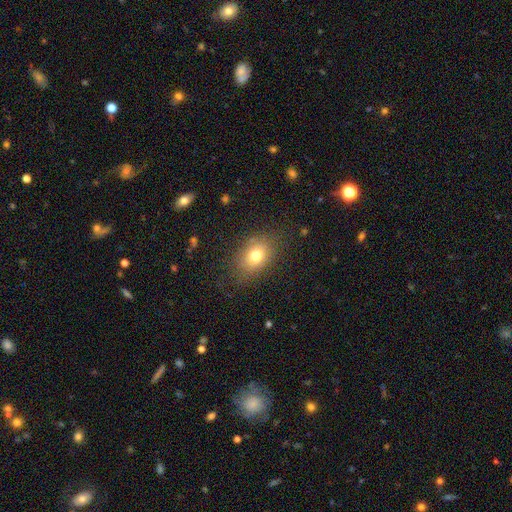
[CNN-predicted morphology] This appears to be a smooth galaxy with no disk features (75%) that is in between round and cigar-shaped (68%). Merging: none (79%).